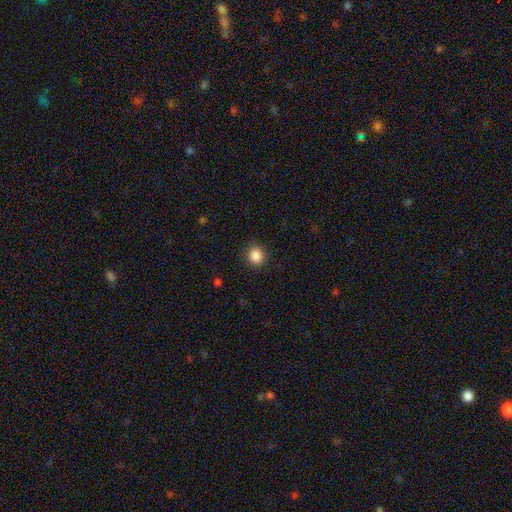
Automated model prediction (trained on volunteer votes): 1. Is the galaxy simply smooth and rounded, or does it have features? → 87% smooth, 10% star or artifact, 3% featured or disk.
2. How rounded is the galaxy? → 79% round, 20% in between, 1% cigar-shaped.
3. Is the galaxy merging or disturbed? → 88% none, 8% minor disturbance, 3% major disturbance, 1% merger.